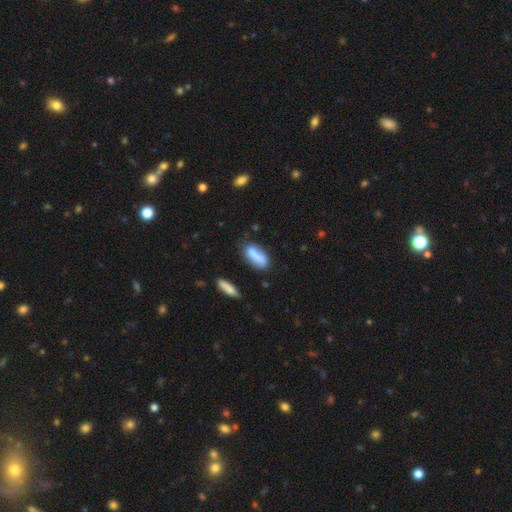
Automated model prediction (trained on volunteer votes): This is likely a smooth galaxy (76%). How rounded: likely in between (70%). Merging: possibly none (55%).